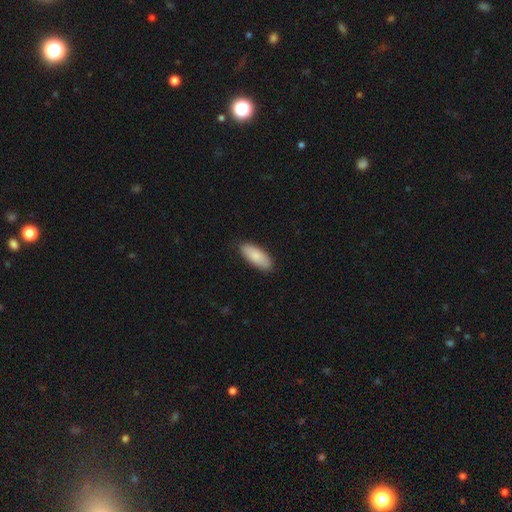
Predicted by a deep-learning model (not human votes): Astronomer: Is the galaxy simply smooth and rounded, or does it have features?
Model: smooth — 87%.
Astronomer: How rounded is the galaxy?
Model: in between — 81%.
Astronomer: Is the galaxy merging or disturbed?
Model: none — 87%.